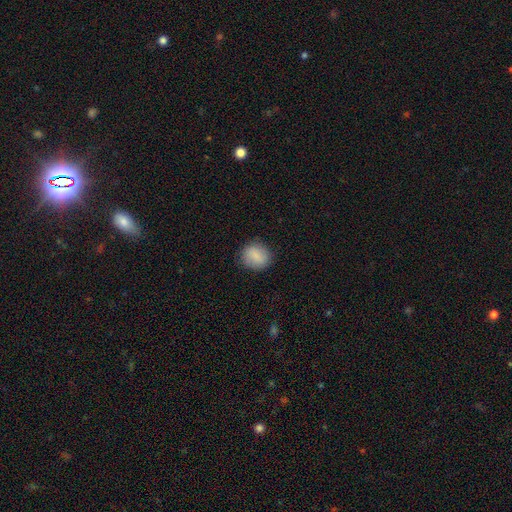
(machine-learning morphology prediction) Smooth or featured?
  - smooth: 84% *
  - featured or disk: 9%
  - star or artifact: 7%
How rounded?
  - round: 80% *
  - in between: 19%
  - cigar-shaped: 1%
Merging?
  - none: 85% *
  - minor disturbance: 11%
  - major disturbance: 3%
  - merger: 1%